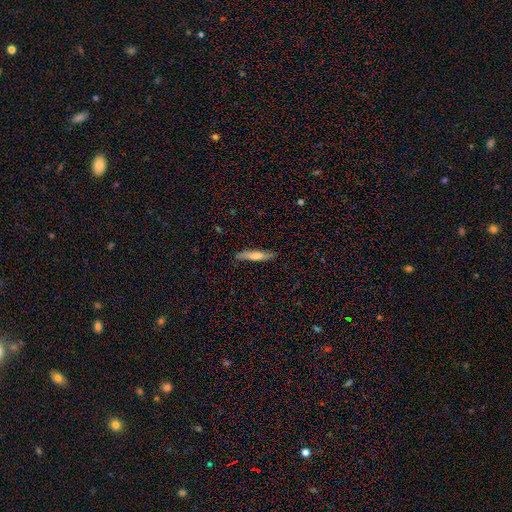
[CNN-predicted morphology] This is possibly a smooth galaxy (57%). How rounded: clearly cigar-shaped (87%). Merging: clearly none (83%).